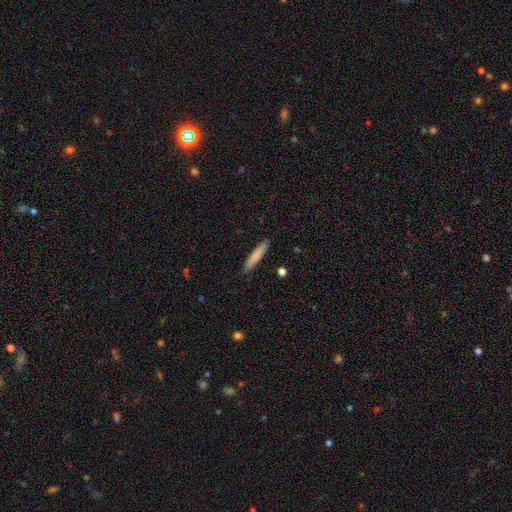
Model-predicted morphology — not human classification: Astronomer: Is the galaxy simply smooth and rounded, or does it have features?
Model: smooth — 78%.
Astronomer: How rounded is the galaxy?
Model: cigar-shaped — 92%.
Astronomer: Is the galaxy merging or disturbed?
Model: none — 90%.